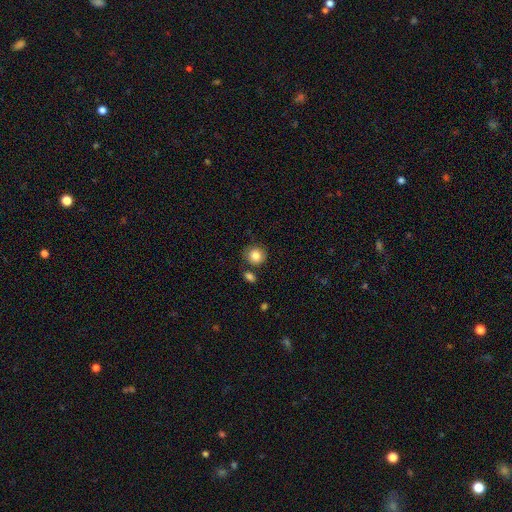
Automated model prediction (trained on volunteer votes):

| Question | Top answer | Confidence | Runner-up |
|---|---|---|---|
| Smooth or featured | smooth | 84% | star or artifact (9%) |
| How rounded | round | 88% | in between (11%) |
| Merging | none | 77% | minor disturbance (11%) |